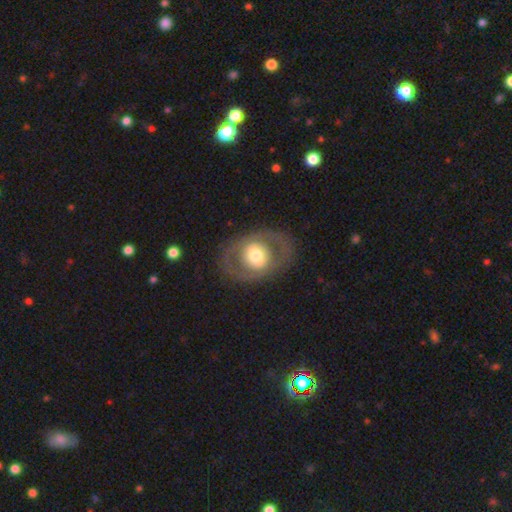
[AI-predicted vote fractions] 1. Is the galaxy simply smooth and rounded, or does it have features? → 53% featured or disk, 41% smooth, 6% star or artifact.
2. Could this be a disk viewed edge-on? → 93% no, 7% yes.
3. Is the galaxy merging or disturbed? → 79% none, 11% minor disturbance, 9% major disturbance, 1% merger.